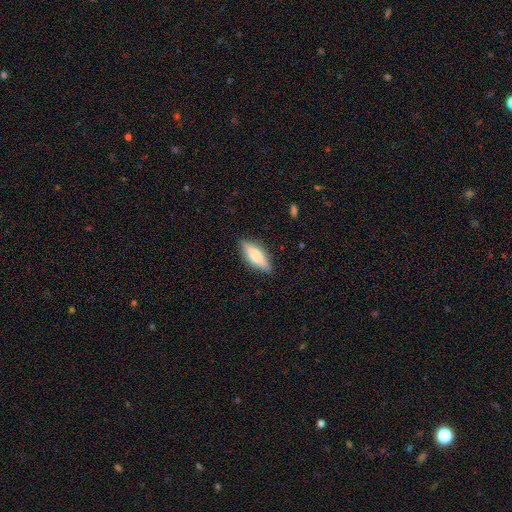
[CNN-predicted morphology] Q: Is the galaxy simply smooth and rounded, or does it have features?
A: smooth — 67%.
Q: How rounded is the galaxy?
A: in between — 57%.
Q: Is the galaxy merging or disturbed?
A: none — 86%.